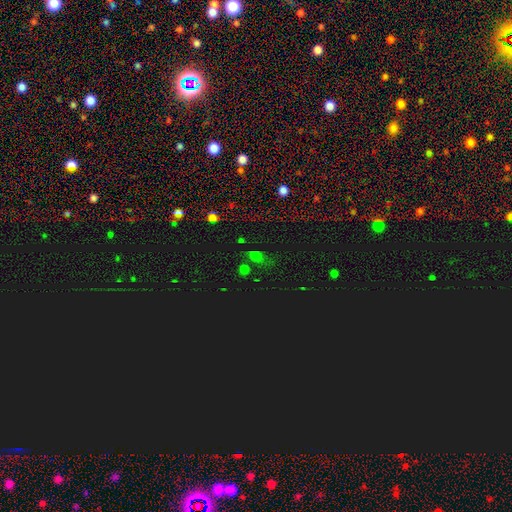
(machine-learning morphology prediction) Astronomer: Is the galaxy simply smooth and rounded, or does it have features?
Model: star or artifact — 46% (runner-up: smooth, 44%).